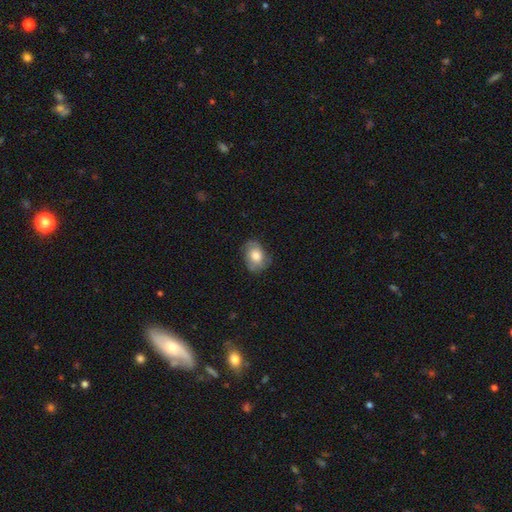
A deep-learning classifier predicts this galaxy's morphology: smooth 70%, featured or disk 23%, star or artifact 8%. Down the decision tree: how rounded — in between (73%); merging — none (70%).